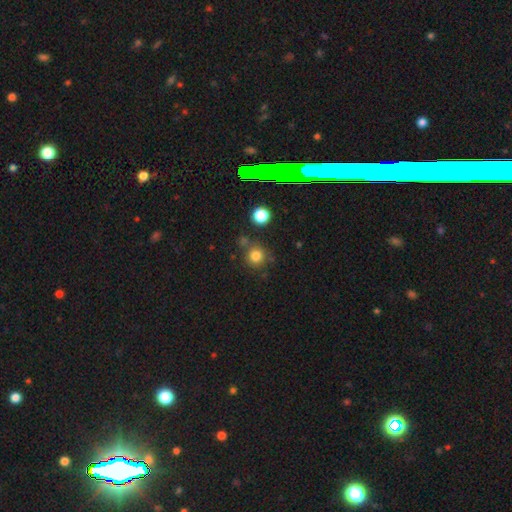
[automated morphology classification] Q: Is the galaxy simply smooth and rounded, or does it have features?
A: smooth — 79%.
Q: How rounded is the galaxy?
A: round — 93%.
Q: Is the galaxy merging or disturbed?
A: none — 75%.